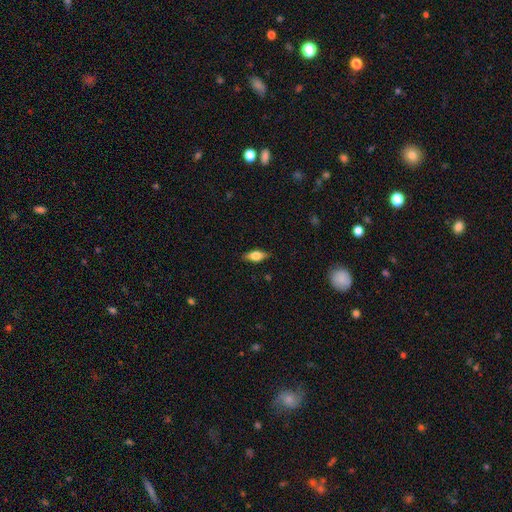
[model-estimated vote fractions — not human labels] Smooth or featured: smooth — 65% (featured or disk — 28%)
How rounded: in between — 77% (cigar-shaped — 20%)
Merging: none — 86% (minor disturbance — 11%)